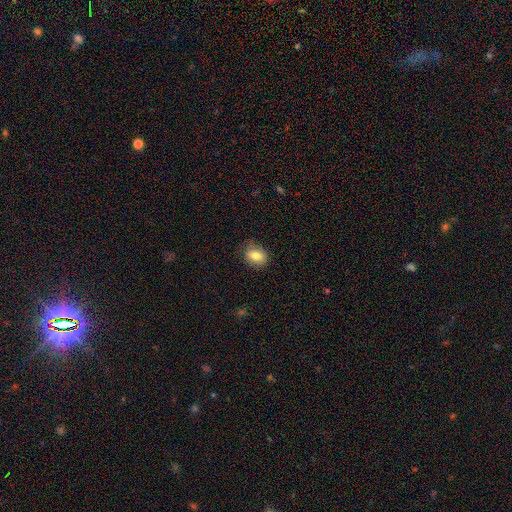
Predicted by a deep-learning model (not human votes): The model was most divided on "how rounded": in between: 59%, round: 40%, cigar-shaped: 1%. More confident: smooth or featured — smooth (81%); merging — none (79%).